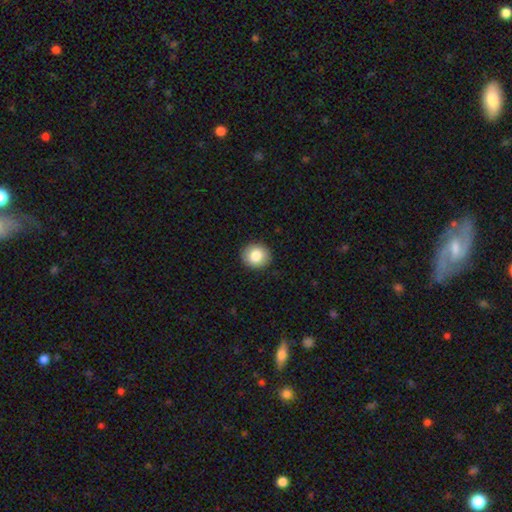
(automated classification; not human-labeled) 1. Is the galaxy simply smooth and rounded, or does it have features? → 84% smooth, 9% featured or disk, 8% star or artifact.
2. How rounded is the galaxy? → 84% round, 15% in between, 1% cigar-shaped.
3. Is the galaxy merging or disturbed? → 91% none, 6% minor disturbance, 2% major disturbance, 1% merger.